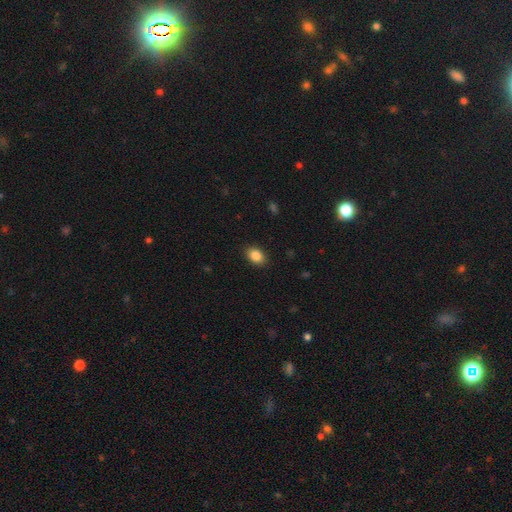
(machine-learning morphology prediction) Smooth or featured? smooth (86%)
How rounded? in between (77%)
Merging? none (88%)